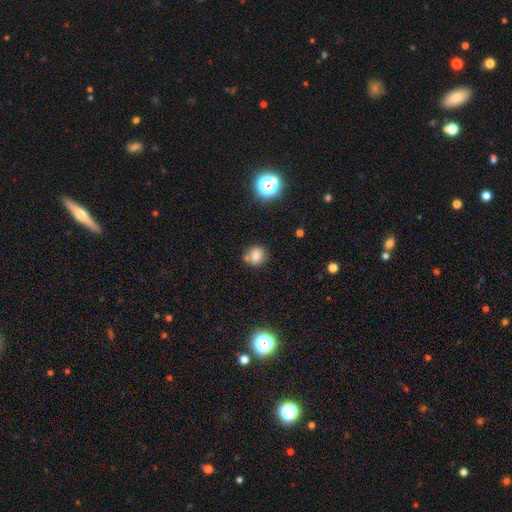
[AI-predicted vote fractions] smooth 78%, star or artifact 14%, featured or disk 9%. Down the decision tree: how rounded — round (83%); merging — none (69%).